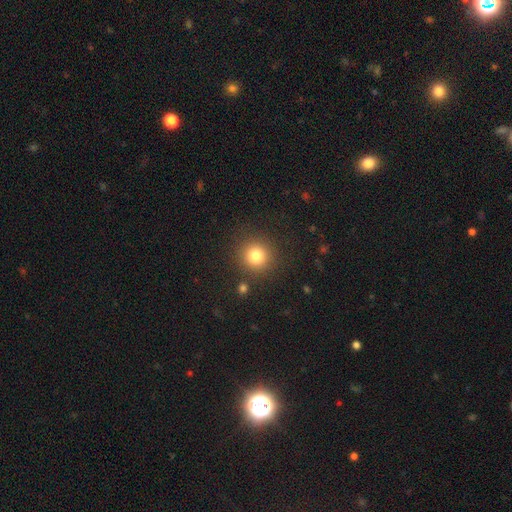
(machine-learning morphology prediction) A smooth galaxy with no disk features (80%) that is round (93%).

Vote fractions:
- Smooth or featured? smooth: 80% / star or artifact: 13% / featured or disk: 7%
- How rounded? round: 93% / in between: 6% / cigar-shaped: 1%
- Merging? none: 88% / minor disturbance: 7% / major disturbance: 3% / merger: 3%